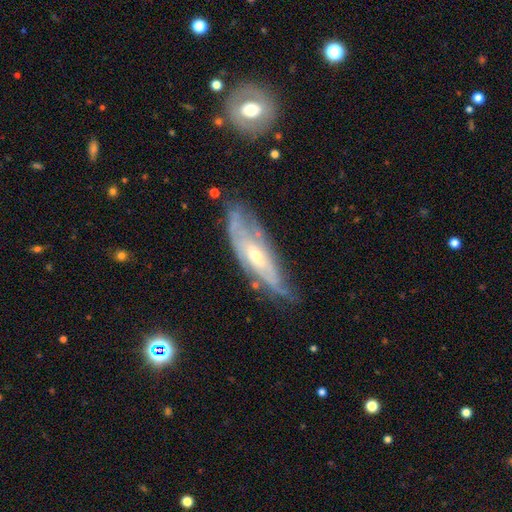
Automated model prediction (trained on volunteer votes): Overall: featured or disk (75%). Edge-on disk: no (72%). Bar: no (63%; weak 30%). Spiral arms: yes (80%). Bulge size: small (49%; moderate 46%). Merging: none (61%; minor disturbance 26%).